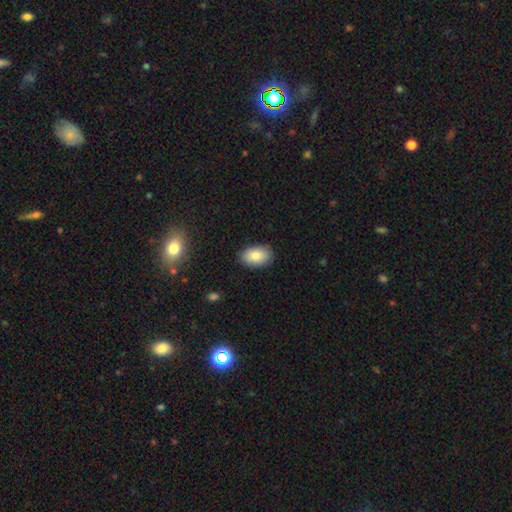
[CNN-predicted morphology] smooth-or-featured: smooth: 86% | featured or disk: 7% | star or artifact: 7%
  how-rounded: in between: 91% | round: 7% | cigar-shaped: 1%
  merging: none: 86% | minor disturbance: 11% | major disturbance: 2% | merger: 1%